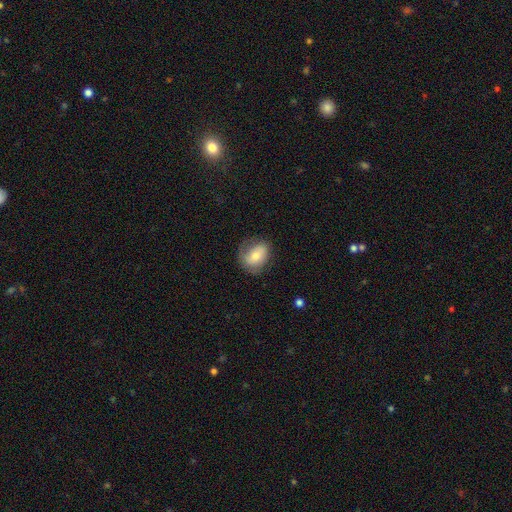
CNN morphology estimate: This is likely a smooth galaxy (63%). How rounded: likely in between (65%). Merging: likely none (61%).